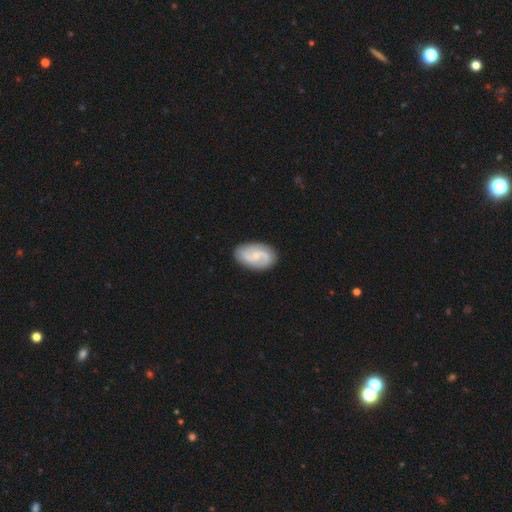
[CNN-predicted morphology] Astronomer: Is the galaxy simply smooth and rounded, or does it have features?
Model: featured or disk — 71%.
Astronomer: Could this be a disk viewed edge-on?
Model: no — 97%.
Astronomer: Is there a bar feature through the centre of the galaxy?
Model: no — 48% (runner-up: weak, 45%).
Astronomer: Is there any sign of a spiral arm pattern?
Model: yes — 95%.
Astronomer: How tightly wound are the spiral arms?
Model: medium — 45% (runner-up: loose, 29%).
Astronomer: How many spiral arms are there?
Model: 2 — 86%.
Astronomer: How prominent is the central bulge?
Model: small — 60%.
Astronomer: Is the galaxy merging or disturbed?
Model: none — 85%.